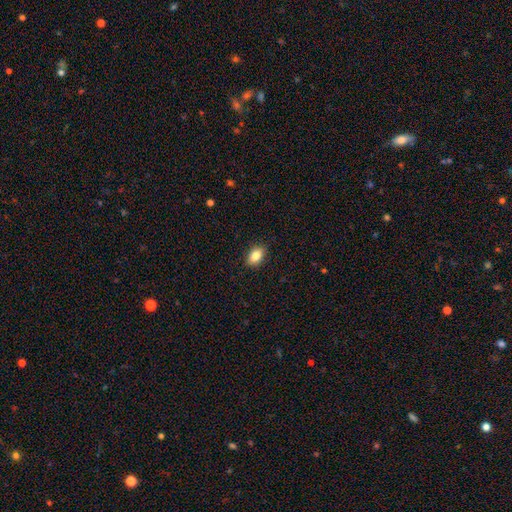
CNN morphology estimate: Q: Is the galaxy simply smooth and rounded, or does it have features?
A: smooth — 83%.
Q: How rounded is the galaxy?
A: in between — 85%.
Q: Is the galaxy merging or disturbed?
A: none — 88%.